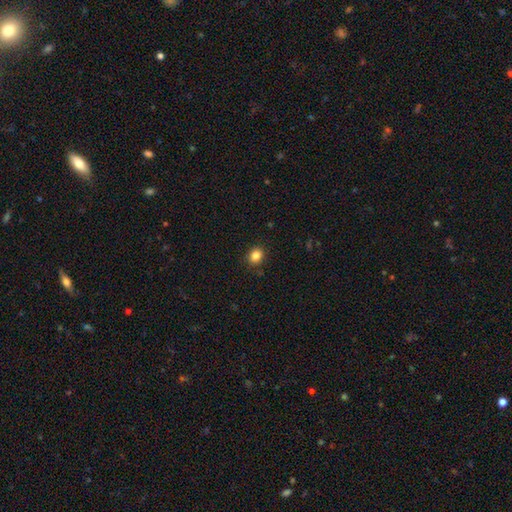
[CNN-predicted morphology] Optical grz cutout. It shows a smooth galaxy with no disk features (84%) that is round (72%). Merging: none (88%).